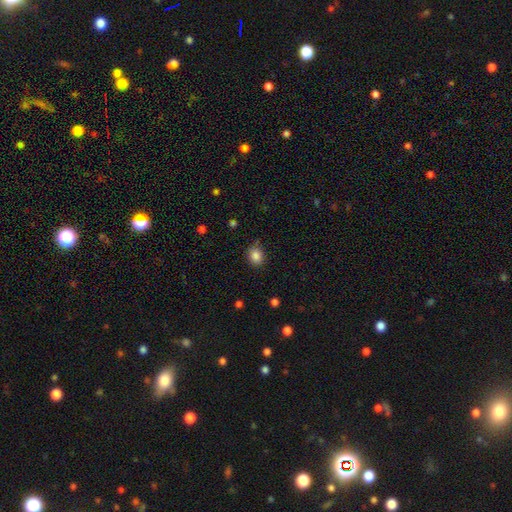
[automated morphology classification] smooth-or-featured: smooth: 86% | star or artifact: 10% | featured or disk: 4%
  how-rounded: round: 56% | in between: 43% | cigar-shaped: 1%
  merging: none: 80% | minor disturbance: 14% | major disturbance: 4% | merger: 2%